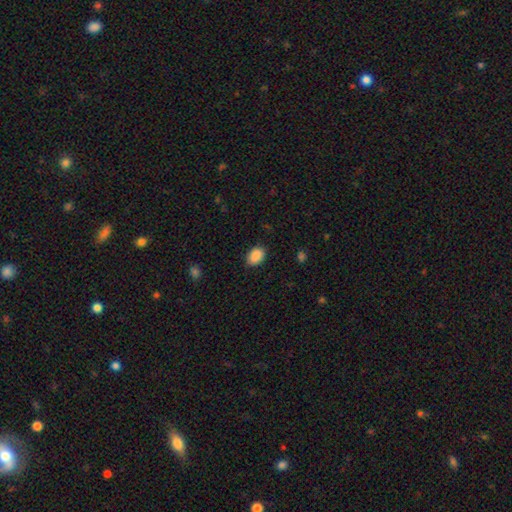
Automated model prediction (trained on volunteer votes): smooth-or-featured: smooth: 89% | star or artifact: 8% | featured or disk: 3%
  how-rounded: in between: 80% | round: 19% | cigar-shaped: 1%
  merging: none: 84% | minor disturbance: 13% | major disturbance: 3% | merger: 1%